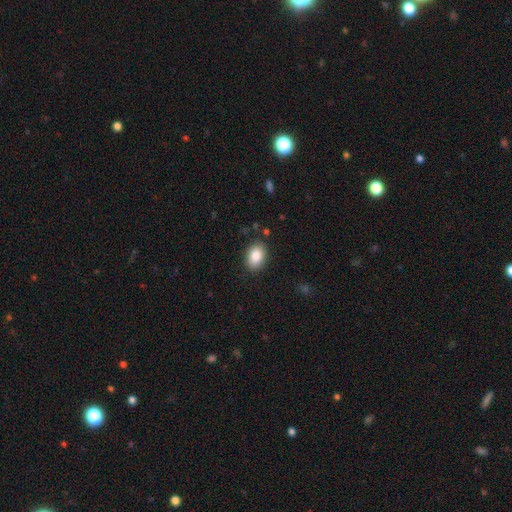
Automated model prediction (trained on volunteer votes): This is clearly a smooth galaxy (86%). How rounded: clearly in between (83%). Merging: clearly none (87%).